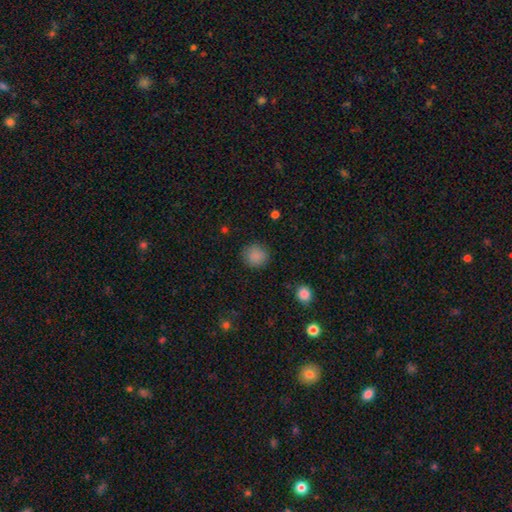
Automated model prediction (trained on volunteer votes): Smooth or featured? smooth (87%)
How rounded? round (90%)
Merging? none (88%)